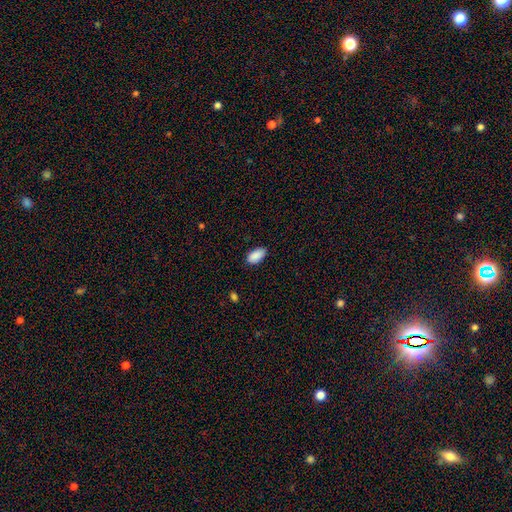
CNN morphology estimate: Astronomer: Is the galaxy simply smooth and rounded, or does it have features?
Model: smooth — 90%.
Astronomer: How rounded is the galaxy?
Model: in between — 94%.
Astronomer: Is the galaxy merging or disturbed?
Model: none — 83%.